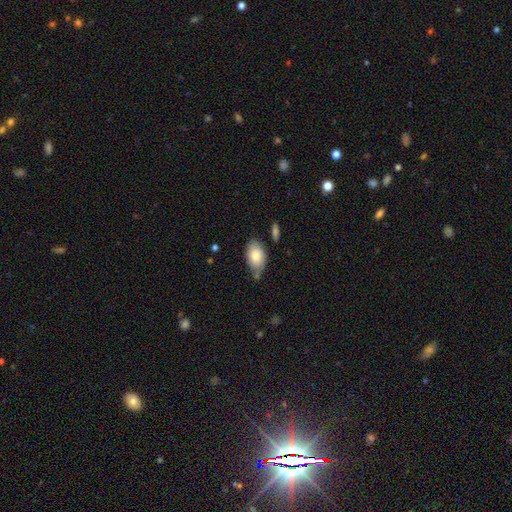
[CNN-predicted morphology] This appears to be a smooth galaxy with no disk features (79%) that is in between round and cigar-shaped (91%). Merging: none (62%).